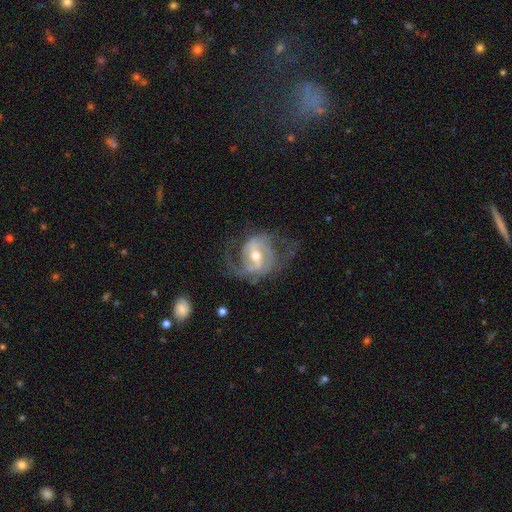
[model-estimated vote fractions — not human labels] A featured or disk galaxy (87%) with a weak bar (45%), 2 (68%) medium (48%) spiral arms (93%) and a moderate central bulge (70%). Merging: none (59%).